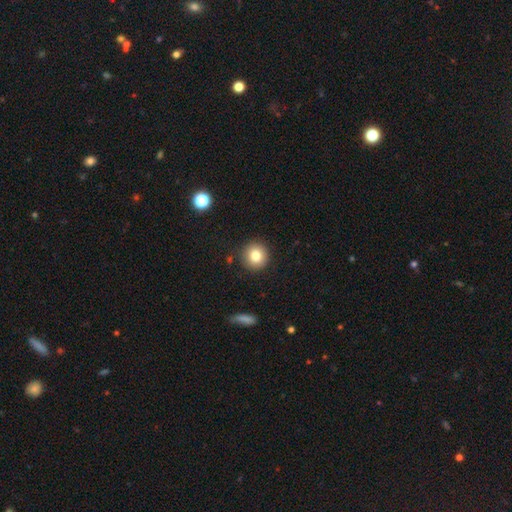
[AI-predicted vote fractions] The model was most divided on "smooth or featured": smooth: 81%, star or artifact: 10%, featured or disk: 9%. More confident: how rounded — round (93%); merging — none (90%).